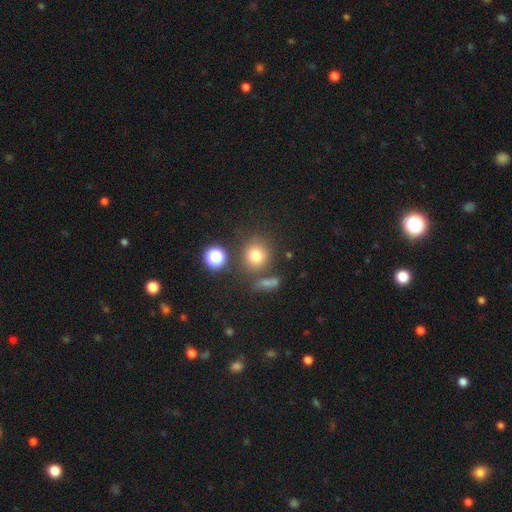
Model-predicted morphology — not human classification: smooth 75%, star or artifact 16%, featured or disk 9%. Down the decision tree: how rounded — round (85%); merging — none (72%).